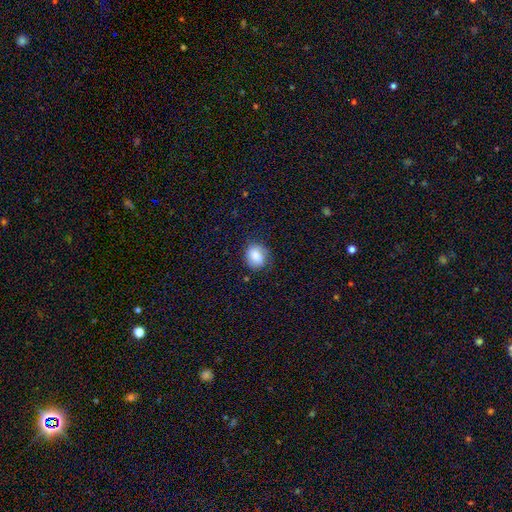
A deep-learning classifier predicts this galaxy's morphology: Smooth or featured? smooth (70%)
How rounded? round (64%)
Merging? none (71%)